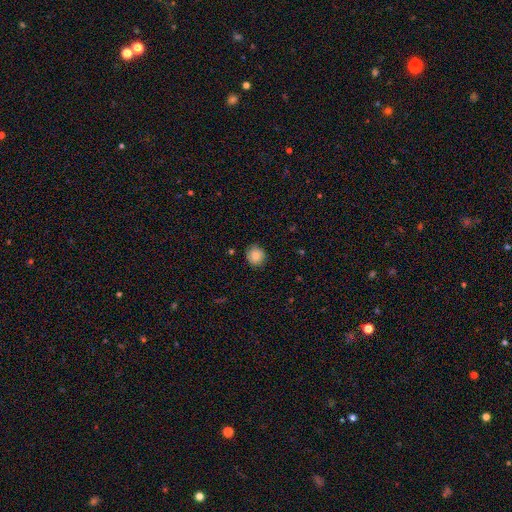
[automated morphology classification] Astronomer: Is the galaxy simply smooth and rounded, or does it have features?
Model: smooth — 75%.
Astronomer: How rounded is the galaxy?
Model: round — 87%.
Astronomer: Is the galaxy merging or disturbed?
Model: none — 82%.